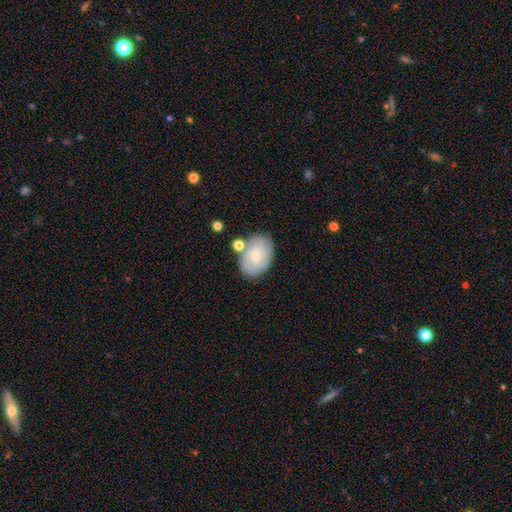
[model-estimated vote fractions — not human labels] Morphology: type=smooth (57%); roundness=in between (79%); merging=none (69%).